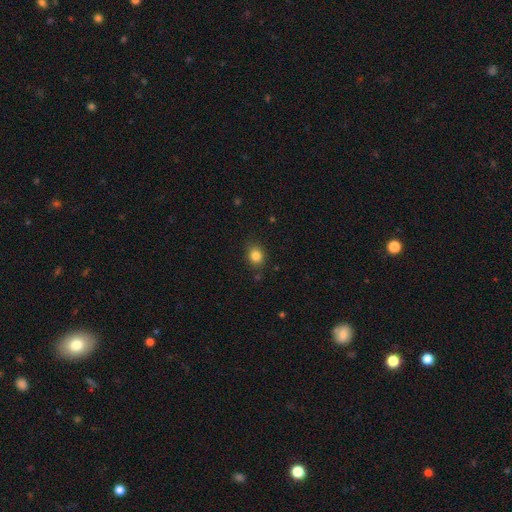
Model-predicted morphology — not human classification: A smooth galaxy with no disk features (84%) that is round (65%).

Vote fractions:
- Smooth or featured? smooth: 84% / star or artifact: 11% / featured or disk: 5%
- How rounded? round: 65% / in between: 34% / cigar-shaped: 1%
- Merging? none: 83% / minor disturbance: 12% / major disturbance: 3% / merger: 2%